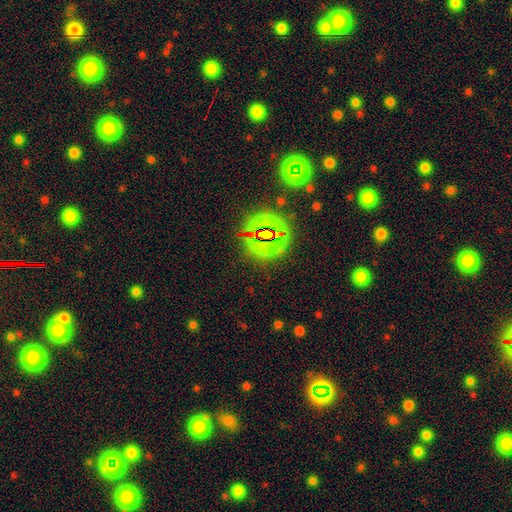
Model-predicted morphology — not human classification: Q: Smooth or featured?
A: star or artifact (73%); runner-up: smooth (17%)